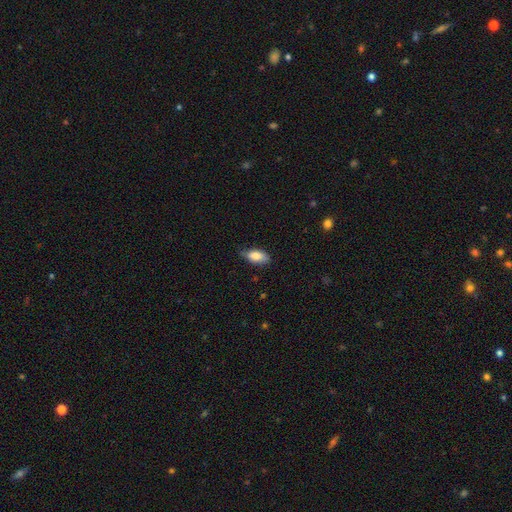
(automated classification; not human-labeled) smooth 81%, featured or disk 12%, star or artifact 6%. Down the decision tree: how rounded — in between (88%); merging — none (65%).